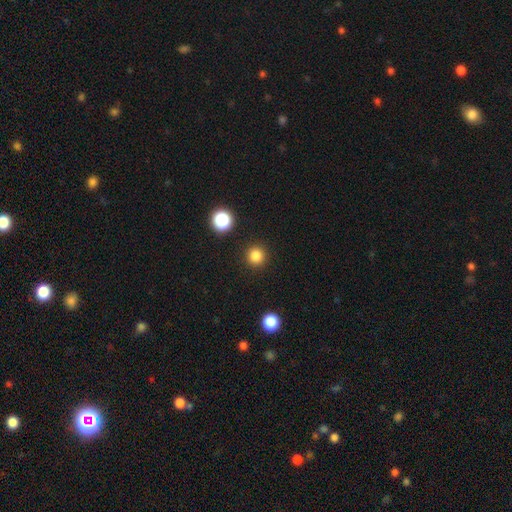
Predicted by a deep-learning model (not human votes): Smooth or featured?
  - smooth: 83% *
  - star or artifact: 13%
  - featured or disk: 4%
How rounded?
  - round: 94% *
  - in between: 5%
  - cigar-shaped: 1%
Merging?
  - none: 92% *
  - minor disturbance: 5%
  - major disturbance: 2%
  - merger: 1%